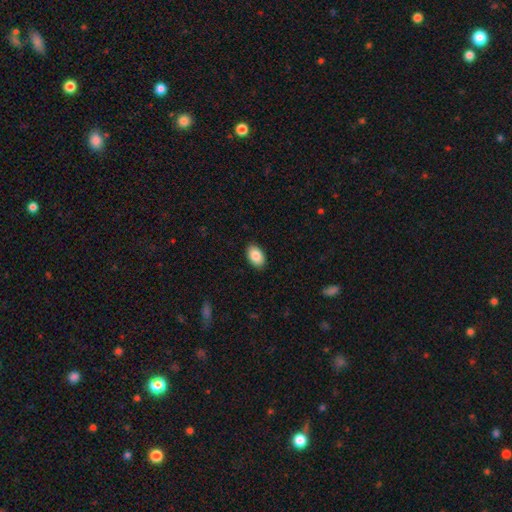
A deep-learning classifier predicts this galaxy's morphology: type=smooth (88%); roundness=in between (92%); merging=none (89%).